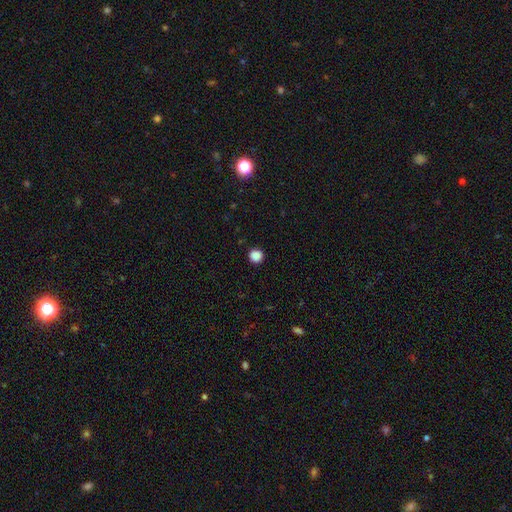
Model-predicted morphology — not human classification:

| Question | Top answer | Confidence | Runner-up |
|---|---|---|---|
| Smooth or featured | smooth | 87% | star or artifact (10%) |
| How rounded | round | 92% | in between (7%) |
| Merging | none | 91% | minor disturbance (6%) |